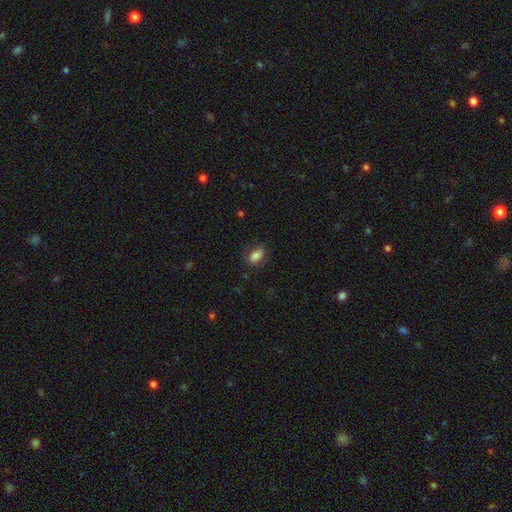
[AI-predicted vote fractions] Q: Smooth or featured?
A: smooth (82%); runner-up: featured or disk (9%)
Q: How rounded?
A: in between (87%); runner-up: round (11%)
Q: Merging?
A: none (75%); runner-up: minor disturbance (18%)